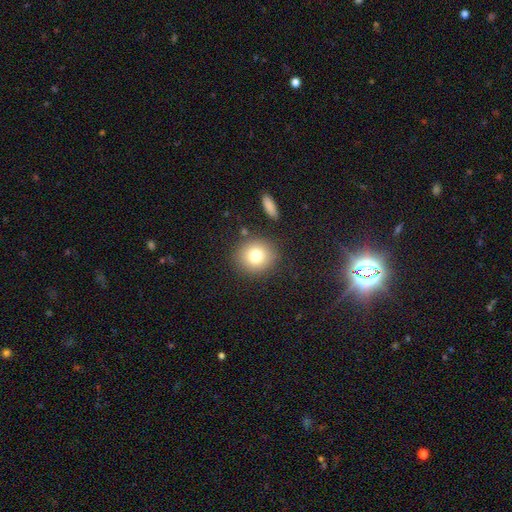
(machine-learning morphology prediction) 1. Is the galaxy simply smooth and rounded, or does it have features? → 78% smooth, 11% star or artifact, 11% featured or disk.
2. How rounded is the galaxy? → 87% round, 12% in between, 1% cigar-shaped.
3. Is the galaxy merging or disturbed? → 85% none, 8% minor disturbance, 4% merger, 3% major disturbance.